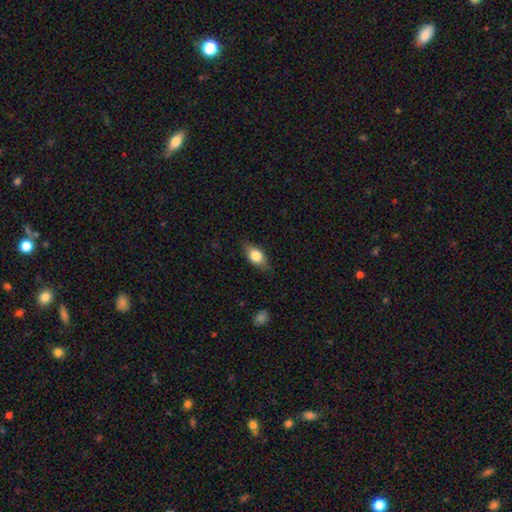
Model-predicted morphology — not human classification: Smooth or featured: smooth — 70% (featured or disk — 23%)
How rounded: in between — 81% (round — 10%)
Merging: none — 80% (minor disturbance — 16%)